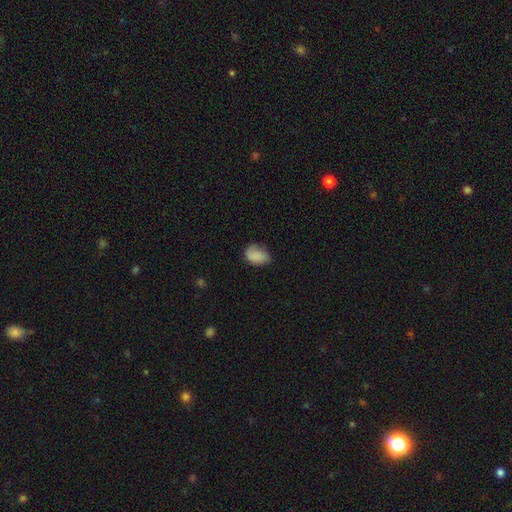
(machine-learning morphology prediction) This is clearly a smooth galaxy (84%). How rounded: likely in between (80%). Merging: possibly none (59%).